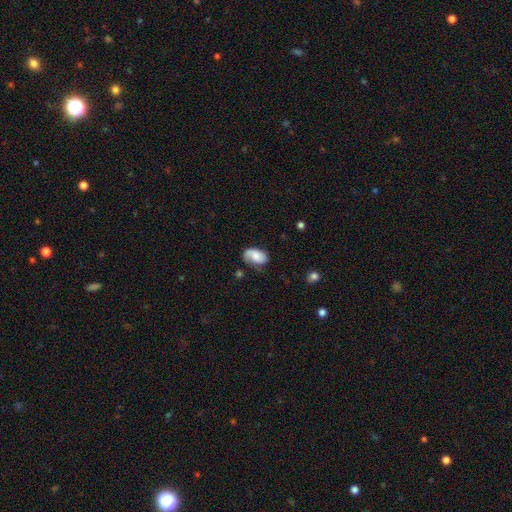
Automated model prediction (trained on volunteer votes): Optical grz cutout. It shows a smooth galaxy with no disk features (56%) that is in between round and cigar-shaped (89%). Merging: none (54%).